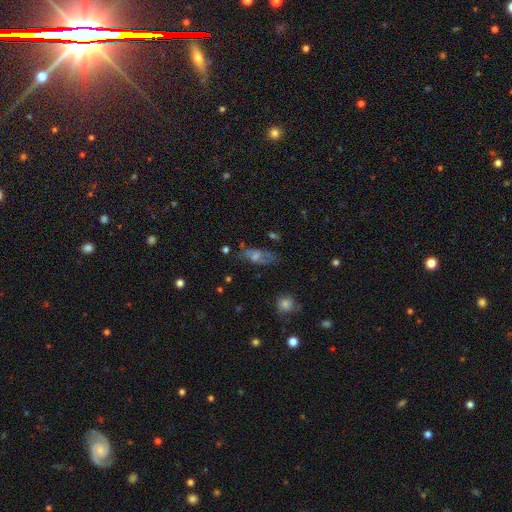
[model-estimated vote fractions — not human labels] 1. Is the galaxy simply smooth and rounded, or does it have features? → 47% featured or disk, 35% smooth, 19% star or artifact.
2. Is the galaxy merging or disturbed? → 65% none, 21% minor disturbance, 11% major disturbance, 3% merger.